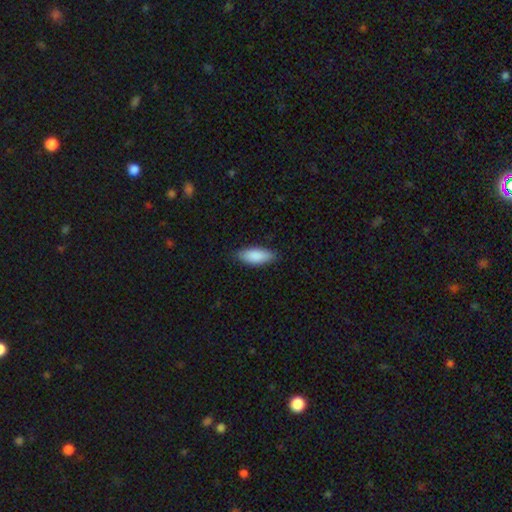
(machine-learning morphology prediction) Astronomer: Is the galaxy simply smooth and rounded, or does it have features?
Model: smooth — 88%.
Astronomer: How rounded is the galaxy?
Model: in between — 78%.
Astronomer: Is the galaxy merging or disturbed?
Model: none — 84%.